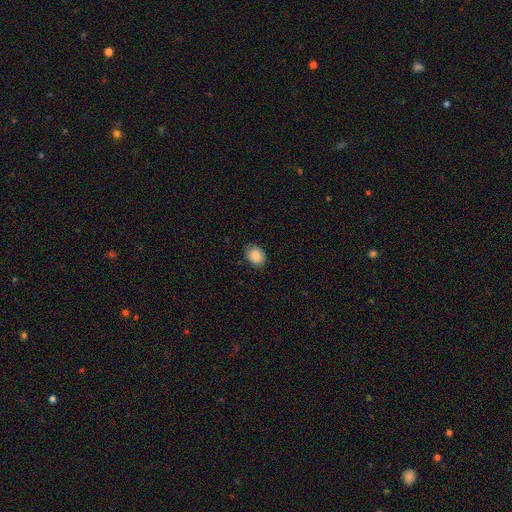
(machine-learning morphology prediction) Smooth or featured? smooth (86%)
How rounded? in between (55%)
Merging? none (82%)